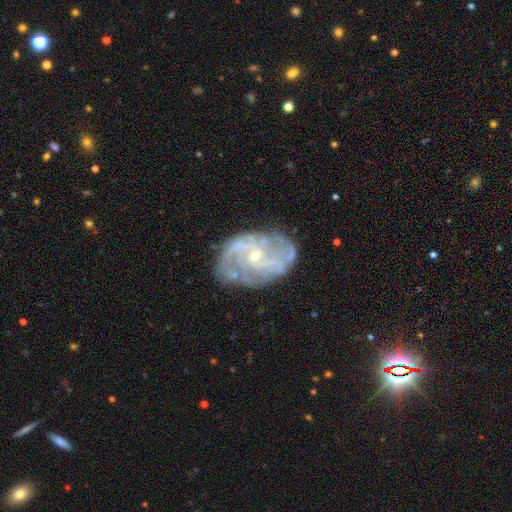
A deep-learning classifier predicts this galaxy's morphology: type=featured or disk (84%); edge-on=no (97%); bar=no (51%); spiral arms=yes (91%); winding=medium (43%); arm count=2 (35%); bulge=small (75%); merging=none (70%).